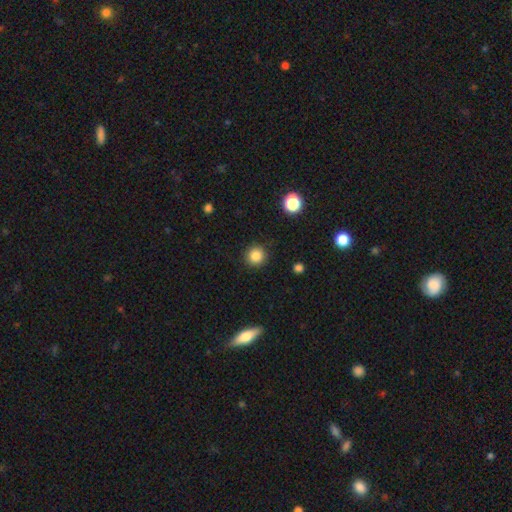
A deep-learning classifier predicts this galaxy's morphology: A smooth galaxy with no disk features (85%) that is round (94%). Merging: none (91%).